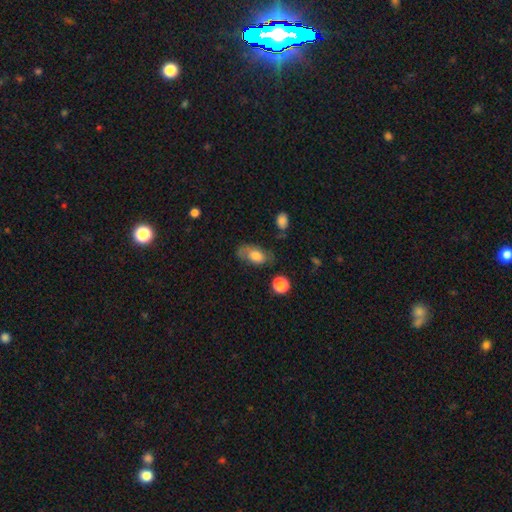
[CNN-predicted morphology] smooth-or-featured: smooth: 70% | featured or disk: 22% | star or artifact: 8%
  how-rounded: in between: 90% | round: 7% | cigar-shaped: 3%
  merging: none: 56% | minor disturbance: 28% | major disturbance: 13% | merger: 4%